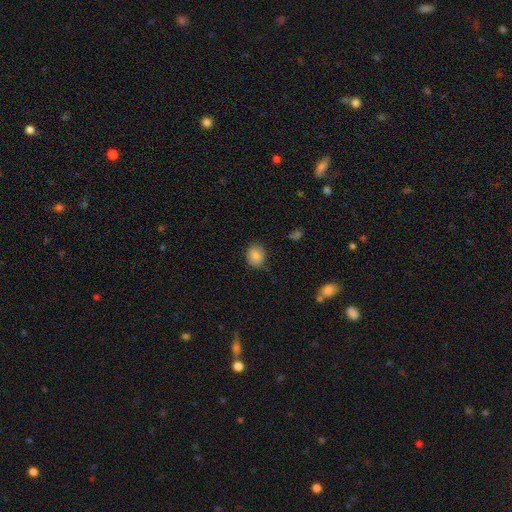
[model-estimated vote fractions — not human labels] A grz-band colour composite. It shows a smooth galaxy with no disk features (85%) that is round (59%). Merging: none (80%).